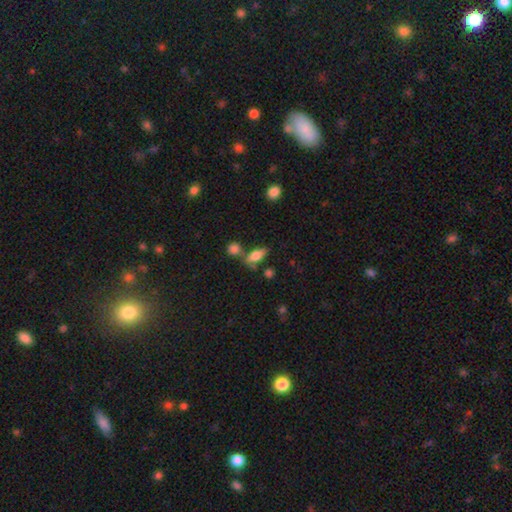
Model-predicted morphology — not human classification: Overall: smooth (67%). How rounded: in between (71%). Merging: none (58%; merger 19%).